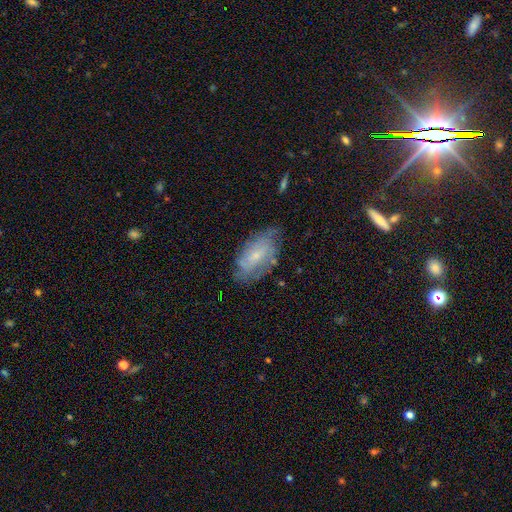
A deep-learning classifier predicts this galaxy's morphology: smooth-or-featured: featured or disk: 61% | smooth: 32% | star or artifact: 8%
  disk-edge-on: no: 93% | yes: 7%
    bar: no: 63% | weak: 30% | strong: 6%
    has-spiral-arms: yes: 78% | no: 22%
    bulge-size: small: 73% | moderate: 20% | none: 4% | large: 2% | dominant: 1%
  merging: none: 67% | minor disturbance: 23% | major disturbance: 8% | merger: 2%